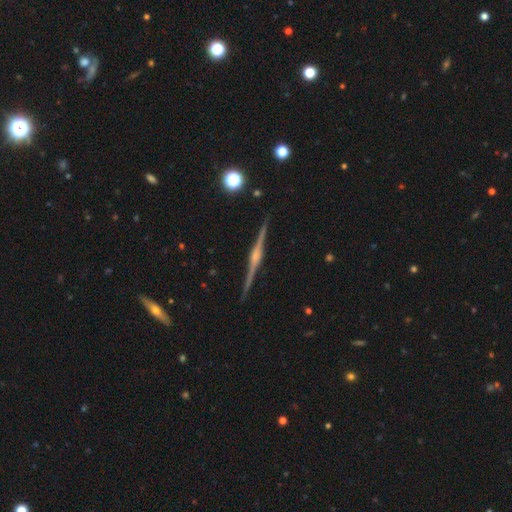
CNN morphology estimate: Q: Smooth or featured?
A: featured or disk (88%); runner-up: smooth (6%)
Q: Edge-on disk?
A: yes (99%); runner-up: no (1%)
Q: Edge-on bulge?
A: rounded (78%); runner-up: boxy (15%)
Q: Merging?
A: none (92%); runner-up: minor disturbance (6%)